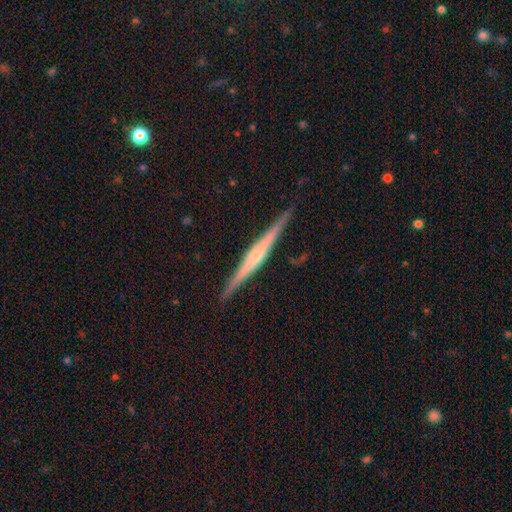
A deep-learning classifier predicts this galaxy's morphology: Smooth or featured? featured or disk (77%)
Edge-on disk? yes (98%)
Edge-on bulge? rounded (63%)
Merging? none (91%)